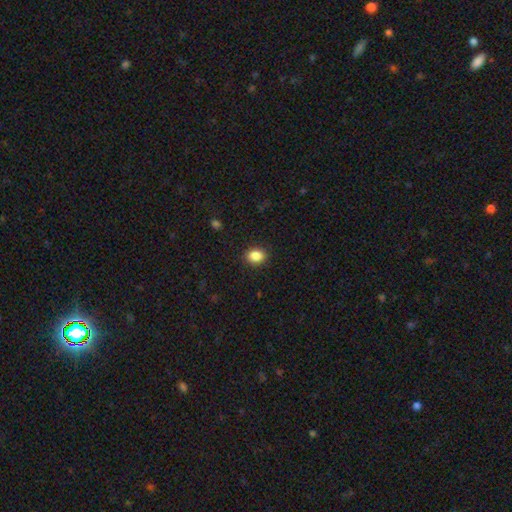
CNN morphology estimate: Smooth or featured?
  - smooth: 87% *
  - star or artifact: 9%
  - featured or disk: 4%
How rounded?
  - in between: 58% *
  - round: 41%
  - cigar-shaped: 1%
Merging?
  - none: 89% *
  - minor disturbance: 7%
  - major disturbance: 2%
  - merger: 1%